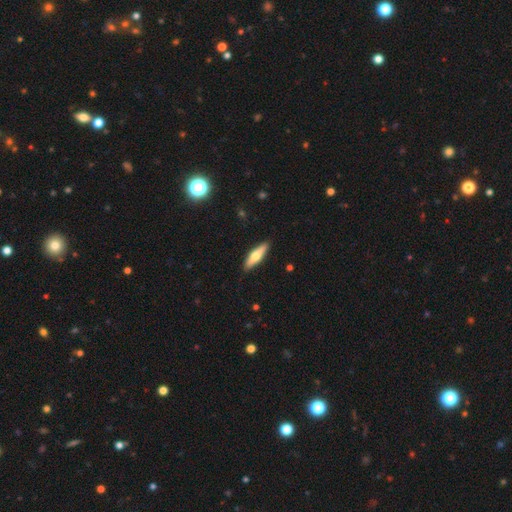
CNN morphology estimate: Smooth or featured? smooth (54%)
How rounded? cigar-shaped (68%)
Merging? none (90%)